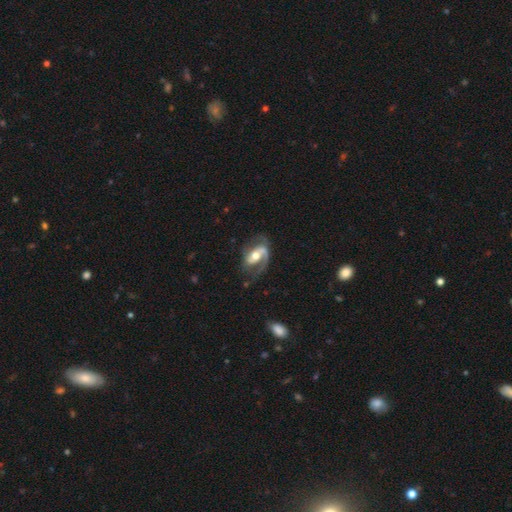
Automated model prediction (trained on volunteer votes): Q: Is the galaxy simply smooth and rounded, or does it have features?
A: featured or disk — 85%.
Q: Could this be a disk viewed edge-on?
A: no — 97%.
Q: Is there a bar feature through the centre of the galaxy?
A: weak — 37%.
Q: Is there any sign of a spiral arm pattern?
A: yes — 94%.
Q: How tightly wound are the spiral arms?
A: medium — 48%.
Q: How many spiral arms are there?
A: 2 — 63%.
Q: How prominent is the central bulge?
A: moderate — 69%.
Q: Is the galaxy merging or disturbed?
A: none — 55%.